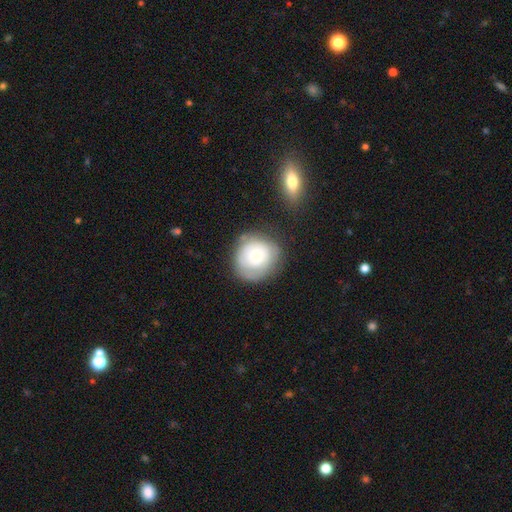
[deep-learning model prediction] Smooth or featured?
  - smooth: 52% *
  - featured or disk: 41%
  - star or artifact: 7%
How rounded?
  - round: 85% *
  - in between: 14%
  - cigar-shaped: 1%
Merging?
  - none: 68% *
  - minor disturbance: 19%
  - major disturbance: 8%
  - merger: 4%